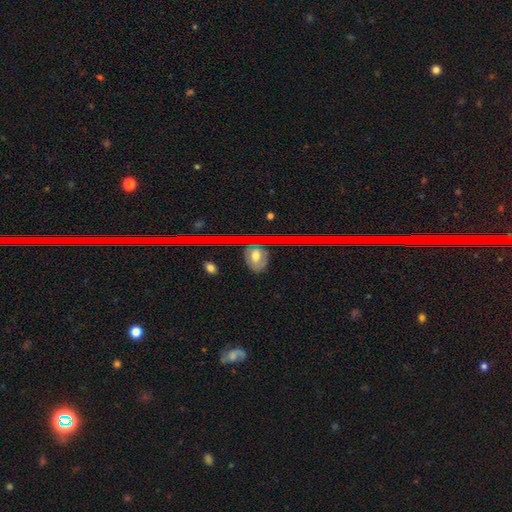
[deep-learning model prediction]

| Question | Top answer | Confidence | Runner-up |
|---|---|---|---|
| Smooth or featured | smooth | 54% | star or artifact (23%) |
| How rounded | in between | 68% | round (28%) |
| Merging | none | 76% | minor disturbance (16%) |